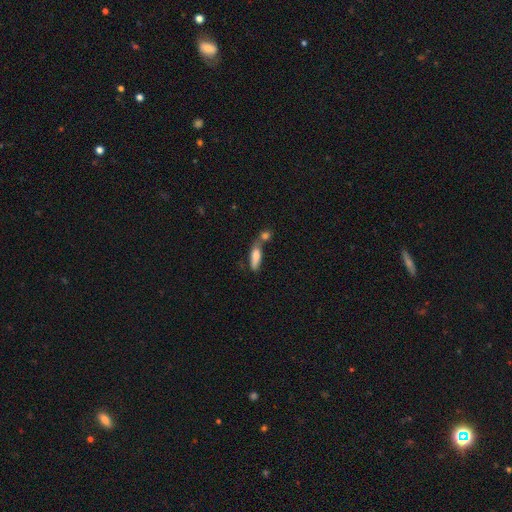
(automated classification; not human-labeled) smooth-or-featured: smooth: 75% | featured or disk: 18% | star or artifact: 8%
  how-rounded: in between: 56% | cigar-shaped: 40% | round: 3%
  merging: merger: 49% | none: 31% | minor disturbance: 13% | major disturbance: 6%